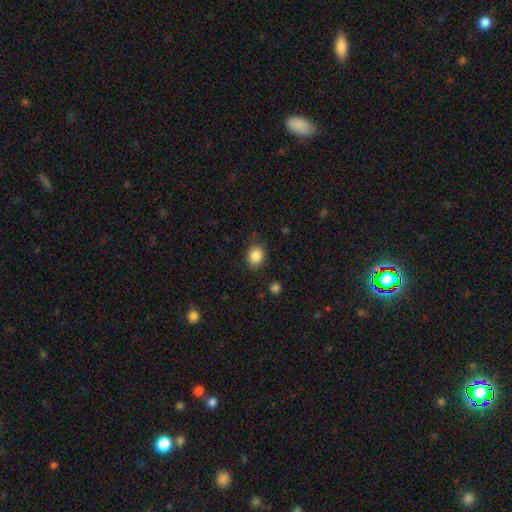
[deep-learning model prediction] Smooth or featured: smooth — 86% (star or artifact — 9%)
How rounded: round — 59% (in between — 41%)
Merging: none — 83% (minor disturbance — 12%)